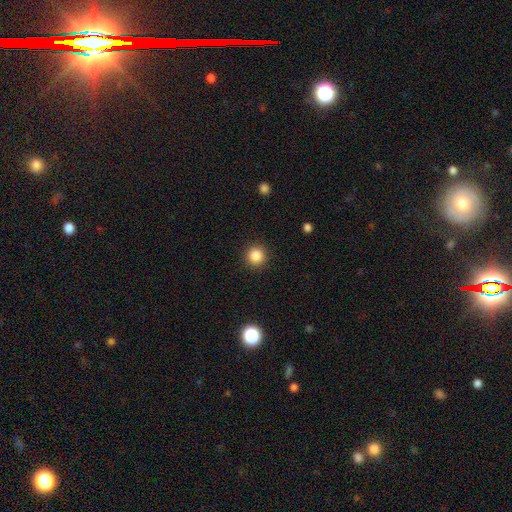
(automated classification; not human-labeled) smooth-or-featured: smooth: 86% | star or artifact: 11% | featured or disk: 4%
  how-rounded: round: 94% | in between: 5% | cigar-shaped: 1%
  merging: none: 91% | minor disturbance: 6% | major disturbance: 2% | merger: 1%